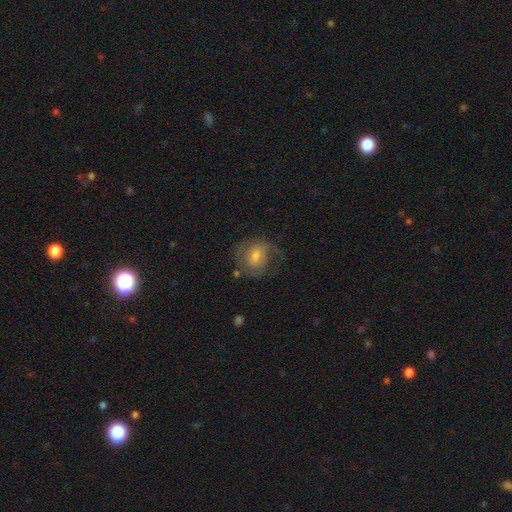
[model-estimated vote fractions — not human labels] Smooth or featured?
  - featured or disk: 56% *
  - smooth: 35%
  - star or artifact: 9%
Edge-on disk?
  - no: 97% *
  - yes: 3%
Bar?
  - no: 51% *
  - weak: 40%
  - strong: 9%
Spiral arms?
  - yes: 80% *
  - no: 20%
Bulge size?
  - moderate: 53% *
  - small: 36%
  - large: 6%
  - none: 4%
  - dominant: 1%
Merging?
  - none: 58% *
  - minor disturbance: 21%
  - major disturbance: 18%
  - merger: 2%